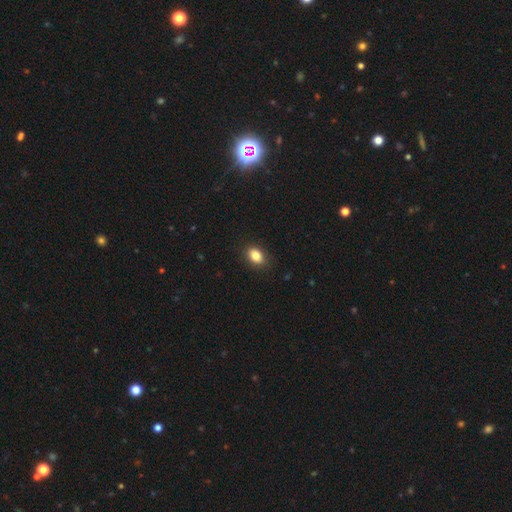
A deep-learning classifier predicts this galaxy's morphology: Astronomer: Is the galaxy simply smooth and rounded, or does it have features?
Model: smooth — 85%.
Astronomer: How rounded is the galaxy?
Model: in between — 75%.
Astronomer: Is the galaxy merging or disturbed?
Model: none — 88%.